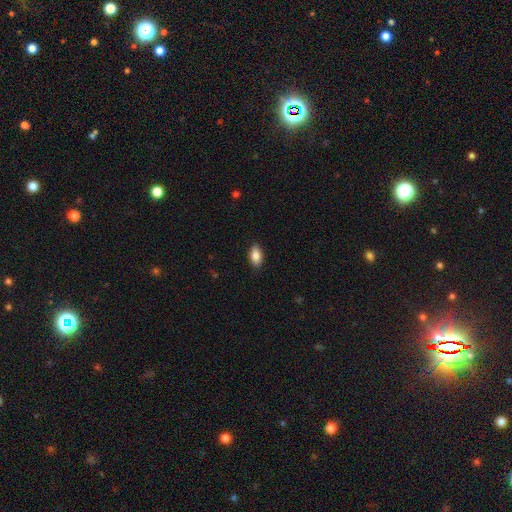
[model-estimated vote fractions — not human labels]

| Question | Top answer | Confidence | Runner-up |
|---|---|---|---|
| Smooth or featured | smooth | 86% | star or artifact (7%) |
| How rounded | in between | 91% | cigar-shaped (5%) |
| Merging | none | 88% | minor disturbance (9%) |